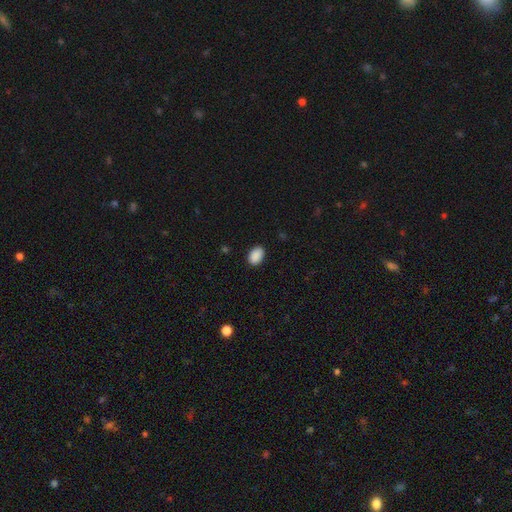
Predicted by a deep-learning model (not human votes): The model was most divided on "how rounded": in between: 87%, round: 12%, cigar-shaped: 1%. More confident: smooth or featured — smooth (90%); merging — none (88%).